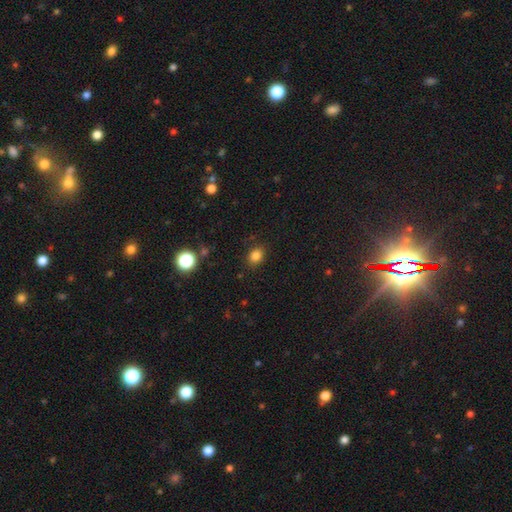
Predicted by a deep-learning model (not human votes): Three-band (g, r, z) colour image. It shows a smooth galaxy with no disk features (82%) that is in between round and cigar-shaped (53%). Merging: none (86%).